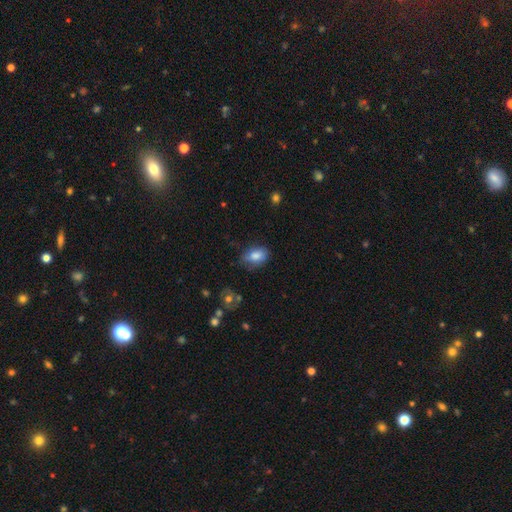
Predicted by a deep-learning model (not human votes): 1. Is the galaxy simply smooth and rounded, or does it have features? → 82% smooth, 10% featured or disk, 8% star or artifact.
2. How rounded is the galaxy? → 84% in between, 14% round, 2% cigar-shaped.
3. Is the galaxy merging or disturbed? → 69% none, 24% minor disturbance, 5% major disturbance, 2% merger.